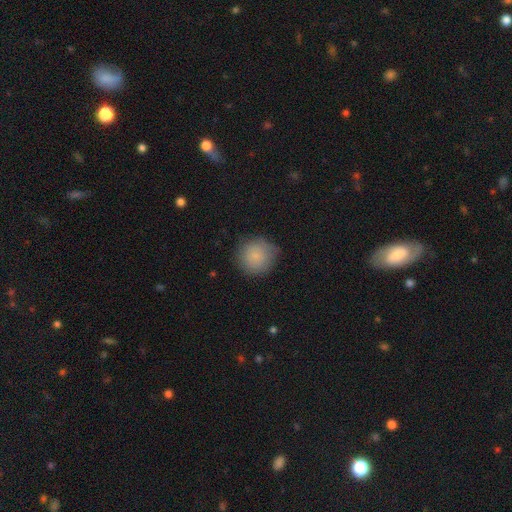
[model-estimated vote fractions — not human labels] Morphology: type=smooth (82%); roundness=round (93%); merging=none (76%).